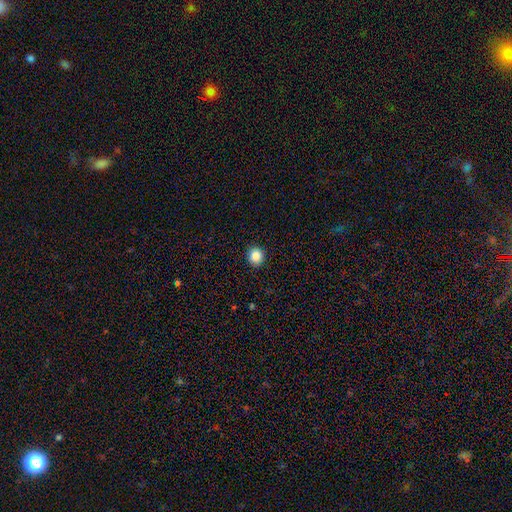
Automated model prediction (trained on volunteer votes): smooth_or_featured: smooth (p=0.86) [alt: star or artifact p=0.10]
how_rounded: round (p=0.88) [alt: in between p=0.11]
merging: none (p=0.92) [alt: minor disturbance p=0.06]